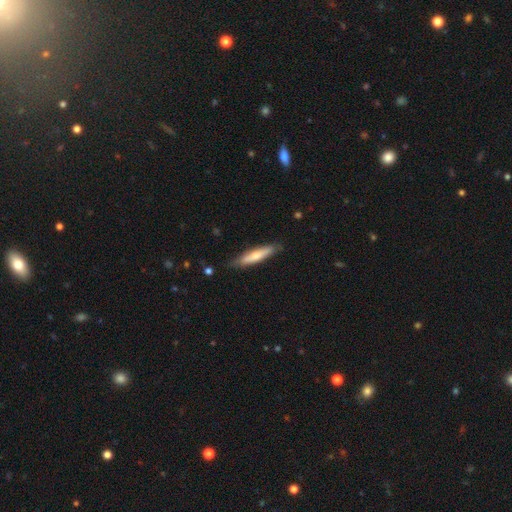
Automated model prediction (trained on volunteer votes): Smooth or featured? Predicted: smooth (p=0.61). How rounded? Predicted: cigar-shaped (p=0.82). Merging? Predicted: none (p=0.82).